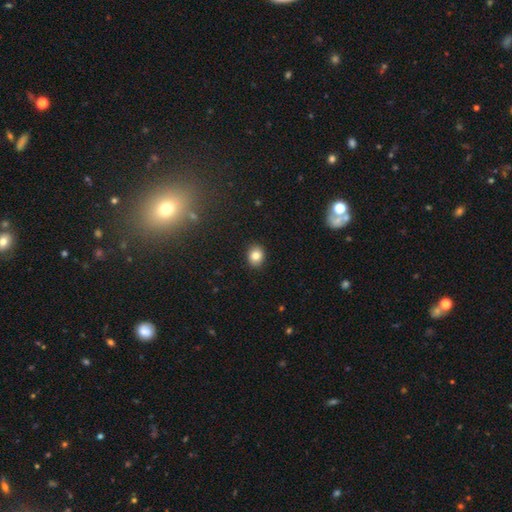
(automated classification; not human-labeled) This appears to be a smooth galaxy with no disk features (82%) that is round (63%). Merging: none (90%).